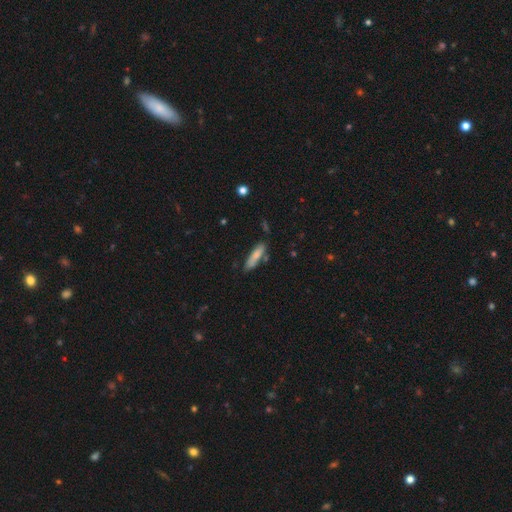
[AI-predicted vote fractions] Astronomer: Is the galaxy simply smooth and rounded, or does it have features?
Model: smooth — 76%.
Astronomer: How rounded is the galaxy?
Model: cigar-shaped — 69%.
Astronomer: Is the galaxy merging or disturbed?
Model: none — 72%.